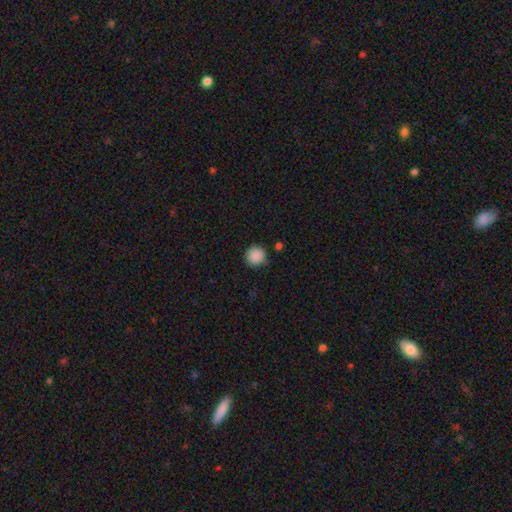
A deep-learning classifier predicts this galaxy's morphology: A smooth galaxy with no disk features (89%) that is round (96%).

Vote fractions:
- Smooth or featured? smooth: 89% / star or artifact: 9% / featured or disk: 2%
- How rounded? round: 96% / in between: 4% / cigar-shaped: 1%
- Merging? none: 87% / minor disturbance: 8% / major disturbance: 2% / merger: 2%